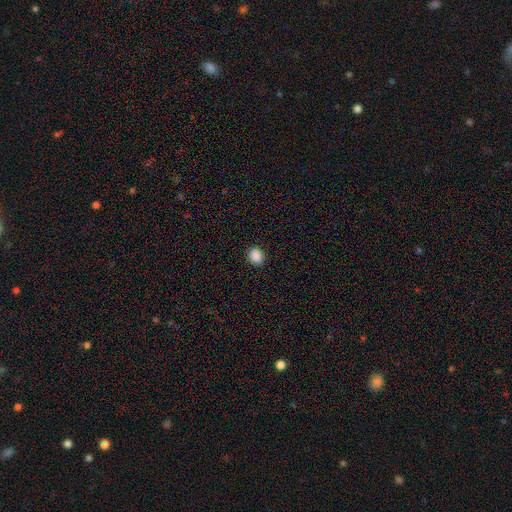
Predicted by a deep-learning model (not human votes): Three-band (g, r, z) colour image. It shows a smooth galaxy with no disk features (88%) that is round (60%). Merging: none (90%).